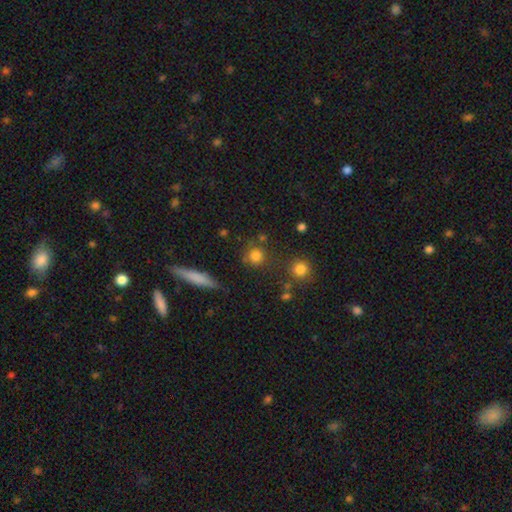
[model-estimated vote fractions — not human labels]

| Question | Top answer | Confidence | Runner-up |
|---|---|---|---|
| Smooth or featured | smooth | 78% | star or artifact (14%) |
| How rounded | round | 85% | in between (12%) |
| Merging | none | 73% | minor disturbance (13%) |